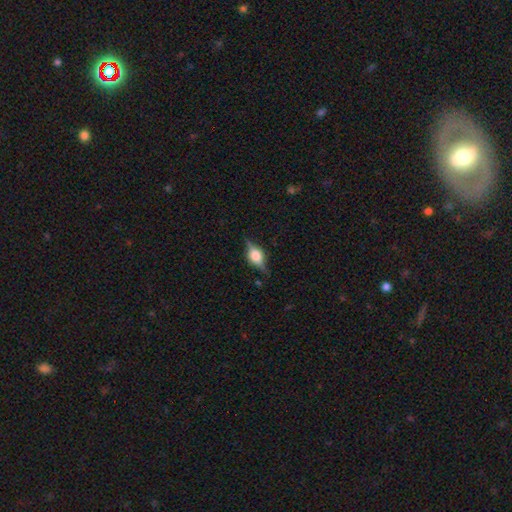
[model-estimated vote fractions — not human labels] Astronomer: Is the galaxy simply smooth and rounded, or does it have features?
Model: featured or disk — 72%.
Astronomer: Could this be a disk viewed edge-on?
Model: yes — 96%.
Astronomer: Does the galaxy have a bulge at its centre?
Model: rounded — 90%.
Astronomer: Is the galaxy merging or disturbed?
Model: none — 81%.